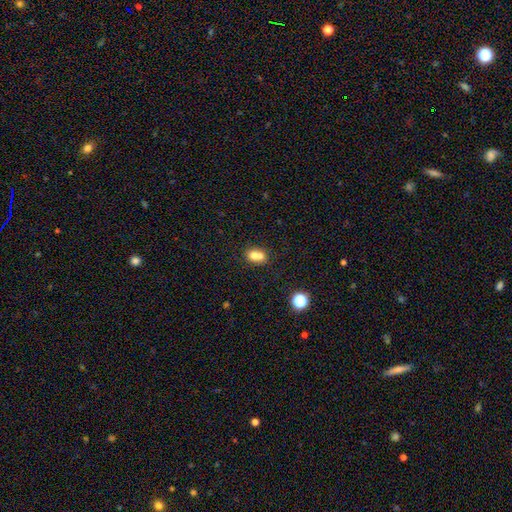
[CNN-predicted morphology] smooth-or-featured: smooth: 71% | featured or disk: 17% | star or artifact: 12%
  how-rounded: round: 53% | in between: 45% | cigar-shaped: 1%
  merging: merger: 62% | none: 28% | minor disturbance: 7% | major disturbance: 3%